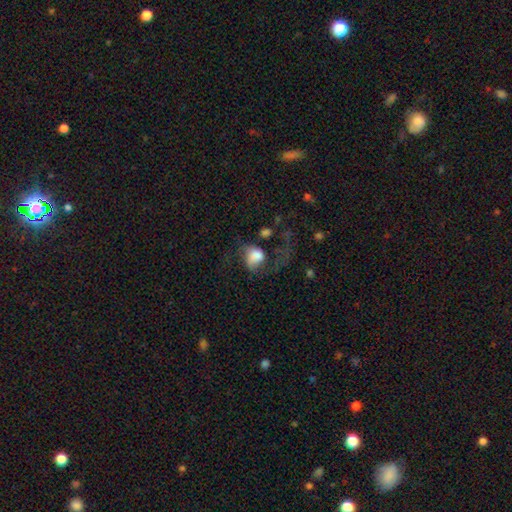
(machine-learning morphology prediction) The model was most divided on "how rounded": round: 51%, in between: 47%, cigar-shaped: 1%. More confident: smooth or featured — smooth (58%); merging — major disturbance (56%).